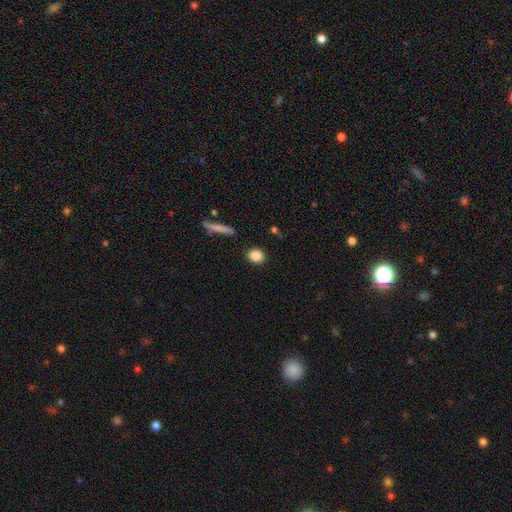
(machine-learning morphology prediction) smooth 86%, star or artifact 8%, featured or disk 6%. Down the decision tree: how rounded — round (67%); merging — none (88%).